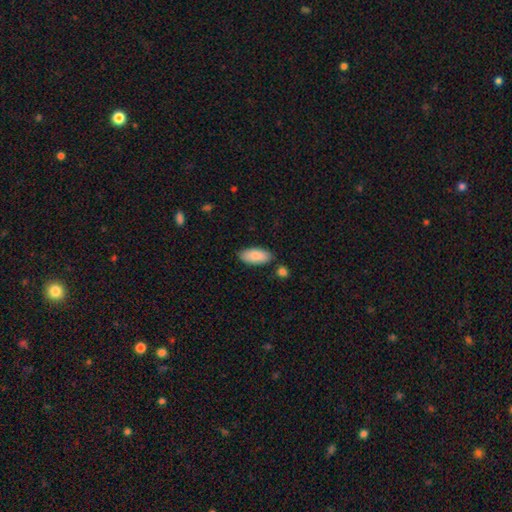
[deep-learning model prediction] smooth_or_featured: smooth (p=0.88) [alt: featured or disk p=0.07]
how_rounded: in between (p=0.90) [alt: cigar-shaped p=0.08]
merging: none (p=0.82) [alt: minor disturbance p=0.12]